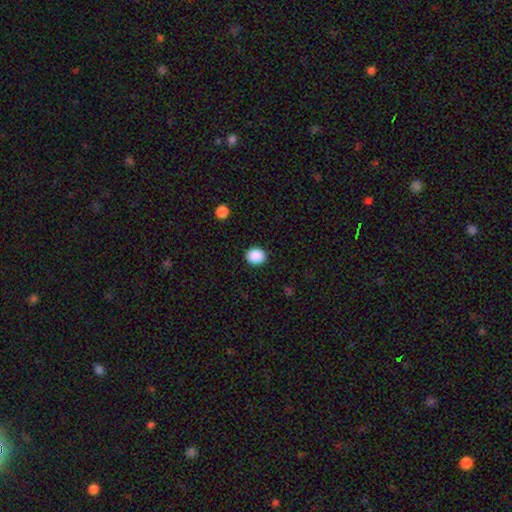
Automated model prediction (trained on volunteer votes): Smooth or featured: smooth — 89% (star or artifact — 9%)
How rounded: round — 64% (in between — 35%)
Merging: none — 91% (minor disturbance — 6%)